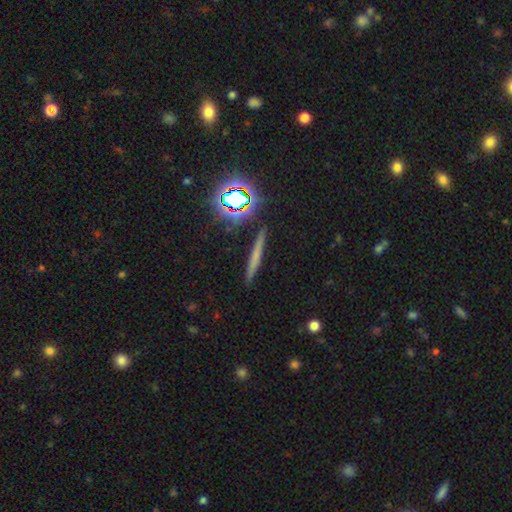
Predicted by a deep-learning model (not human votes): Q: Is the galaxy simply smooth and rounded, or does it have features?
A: smooth — 52%.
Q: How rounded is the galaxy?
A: cigar-shaped — 89%.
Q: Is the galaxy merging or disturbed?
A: none — 90%.